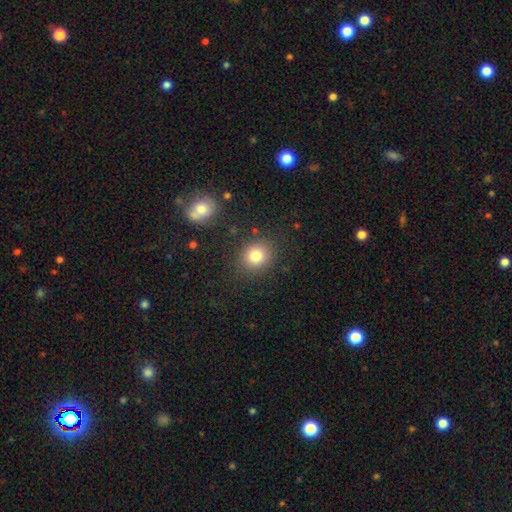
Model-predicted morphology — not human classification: This is clearly a smooth galaxy (80%). How rounded: likely round (76%). Merging: clearly none (85%).